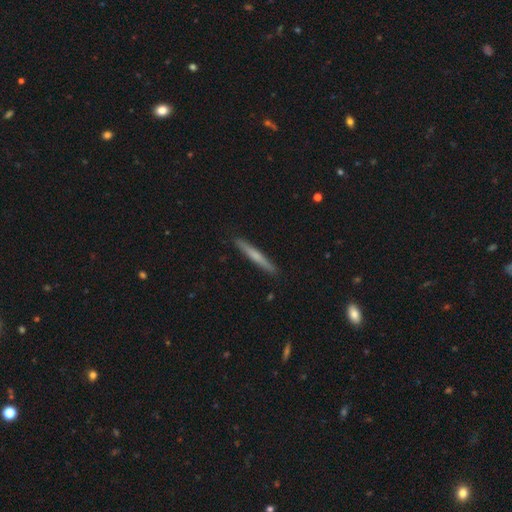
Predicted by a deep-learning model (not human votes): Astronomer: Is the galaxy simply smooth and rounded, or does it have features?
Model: smooth — 56% (runner-up: featured or disk, 38%).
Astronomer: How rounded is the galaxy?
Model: cigar-shaped — 96%.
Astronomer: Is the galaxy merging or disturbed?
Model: none — 92%.